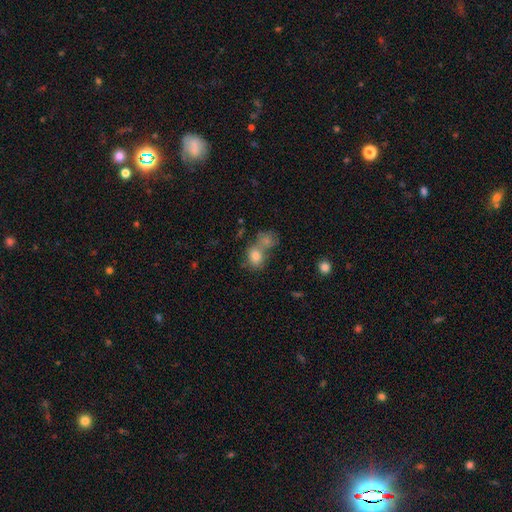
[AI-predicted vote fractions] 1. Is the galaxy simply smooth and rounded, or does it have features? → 78% smooth, 11% star or artifact, 11% featured or disk.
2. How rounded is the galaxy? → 58% in between, 41% round, 2% cigar-shaped.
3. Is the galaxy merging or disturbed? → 49% merger, 35% none, 11% minor disturbance, 5% major disturbance.